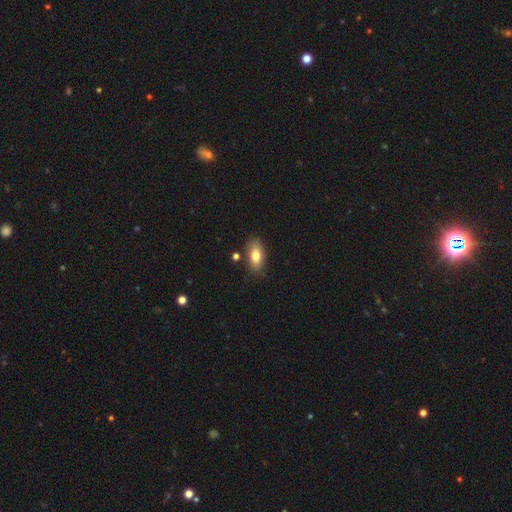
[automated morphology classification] Smooth or featured: smooth — 78% (featured or disk — 14%)
How rounded: in between — 89% (cigar-shaped — 6%)
Merging: none — 80% (minor disturbance — 13%)